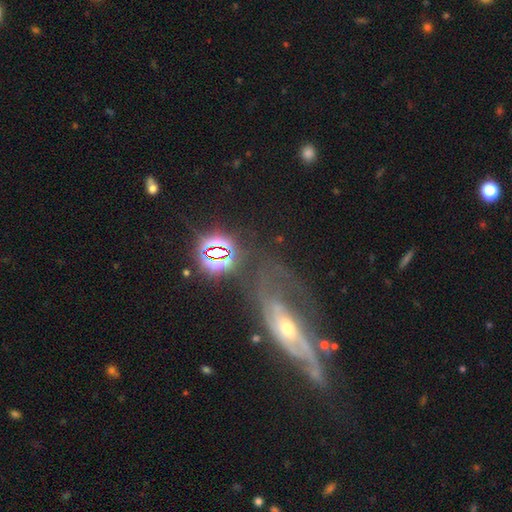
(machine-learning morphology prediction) A featured or disk galaxy (69%).

Vote fractions:
- Smooth or featured? featured or disk: 69% / smooth: 16% / star or artifact: 14%
- Edge-on disk? no: 67% / yes: 33%
- Merging? none: 48% / minor disturbance: 21% / major disturbance: 20% / merger: 12%